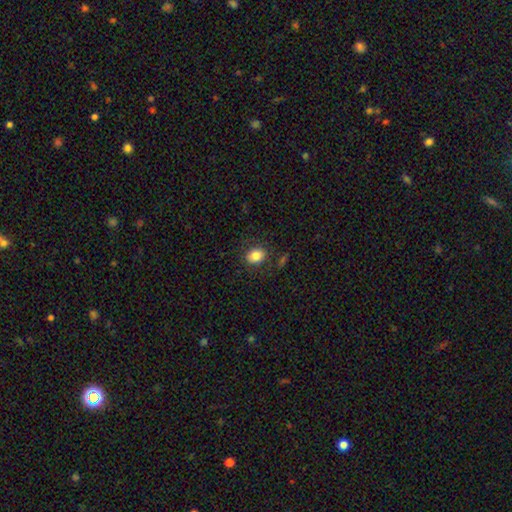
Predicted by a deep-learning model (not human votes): A smooth galaxy with no disk features (83%) that is in between round and cigar-shaped (55%). Merging: none (83%).